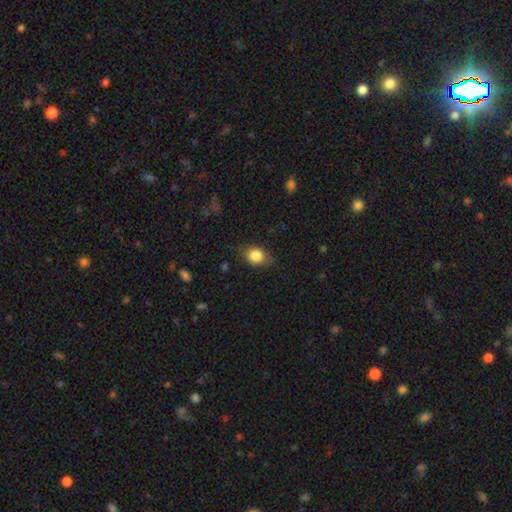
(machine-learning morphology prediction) Smooth or featured: smooth — 84% (star or artifact — 8%)
How rounded: in between — 52% (round — 46%)
Merging: none — 74% (minor disturbance — 20%)